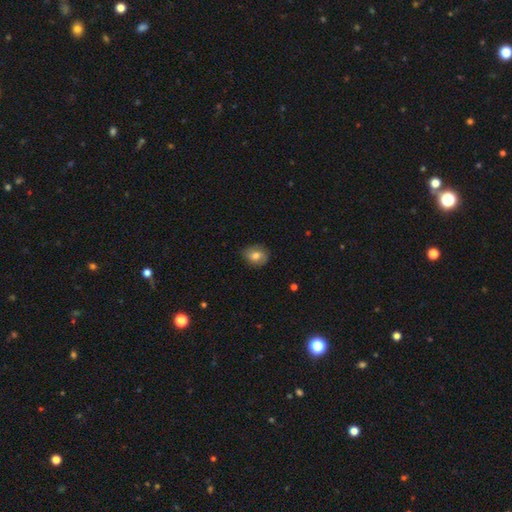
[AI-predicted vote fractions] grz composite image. It shows a smooth galaxy with no disk features (70%) that is round (53%). Merging: none (75%).